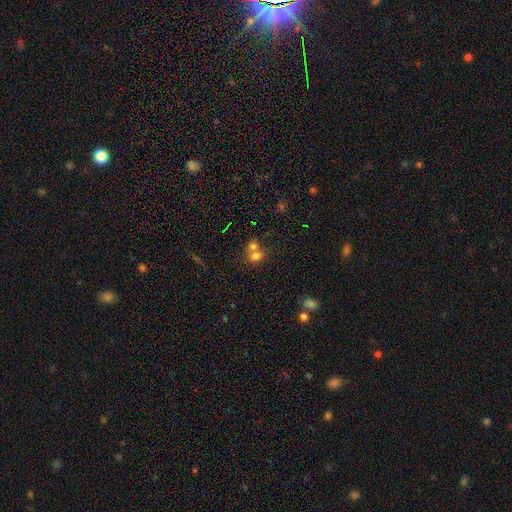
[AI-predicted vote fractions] The model was most divided on "merging": merger: 60%, none: 32%, minor disturbance: 5%, major disturbance: 3%. More confident: how rounded — round (75%); smooth or featured — smooth (71%).